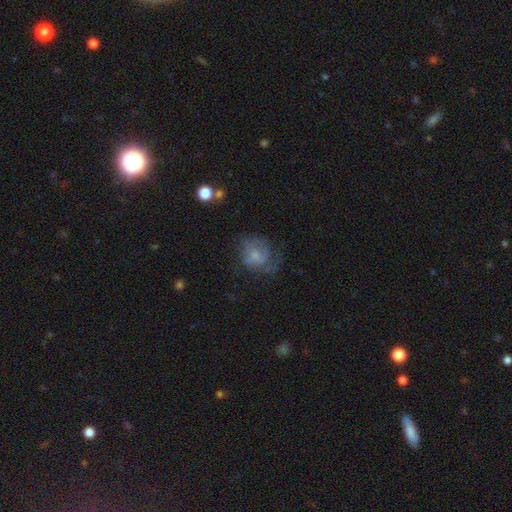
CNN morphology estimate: A featured or disk galaxy (50%). Merging: none (44%).